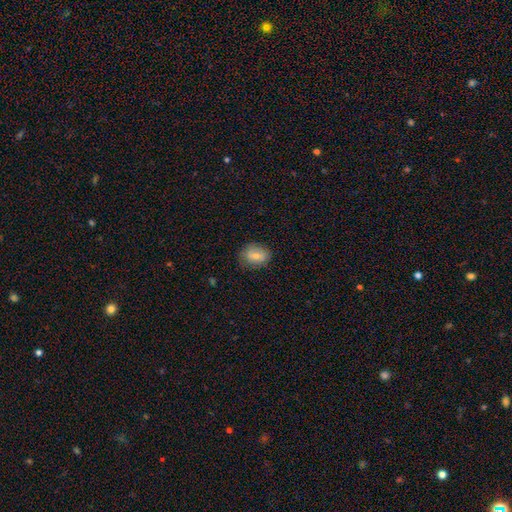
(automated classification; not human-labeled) Smooth or featured? smooth (69%)
How rounded? in between (59%)
Merging? none (77%)